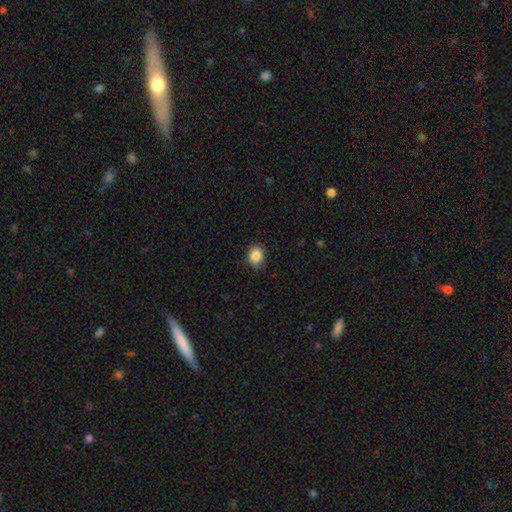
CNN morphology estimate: Q: Smooth or featured?
A: smooth (87%); runner-up: star or artifact (9%)
Q: How rounded?
A: round (68%); runner-up: in between (31%)
Q: Merging?
A: none (88%); runner-up: minor disturbance (9%)